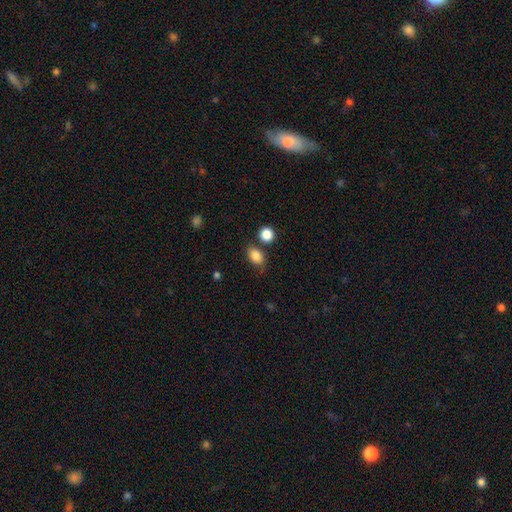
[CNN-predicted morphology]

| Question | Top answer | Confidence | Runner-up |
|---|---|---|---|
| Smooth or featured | smooth | 85% | star or artifact (9%) |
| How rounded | in between | 73% | round (25%) |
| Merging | none | 67% | minor disturbance (18%) |